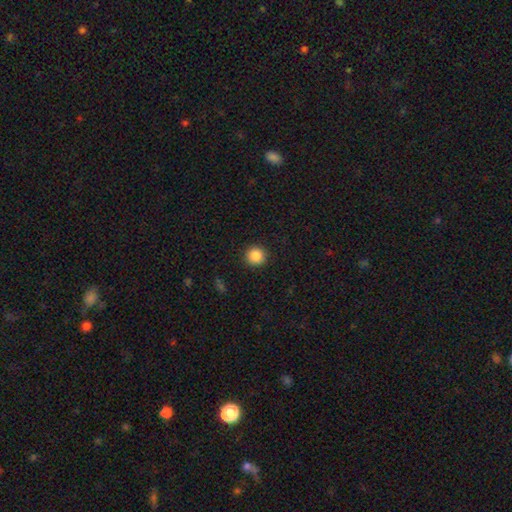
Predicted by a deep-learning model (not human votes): The model was most divided on "smooth or featured": smooth: 87%, star or artifact: 10%, featured or disk: 3%. More confident: how rounded — round (95%); merging — none (92%).